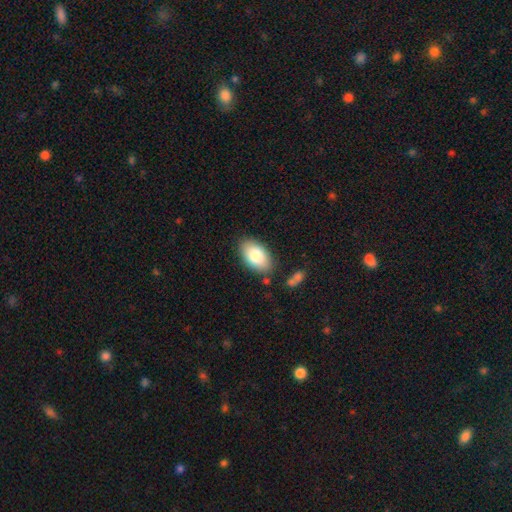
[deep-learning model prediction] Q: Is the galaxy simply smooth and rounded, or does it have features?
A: smooth — 82%.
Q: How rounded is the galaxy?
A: in between — 93%.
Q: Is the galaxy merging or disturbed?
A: none — 83%.